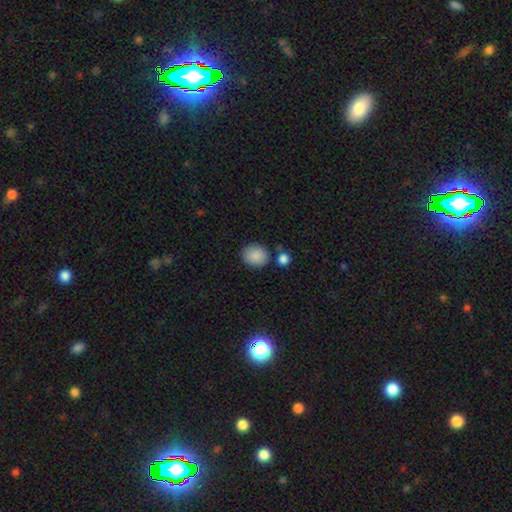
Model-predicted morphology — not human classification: This is clearly a smooth galaxy (88%). How rounded: likely round (75%). Merging: likely none (77%).